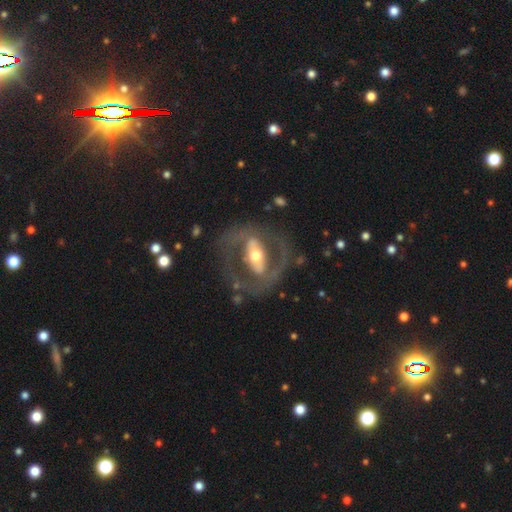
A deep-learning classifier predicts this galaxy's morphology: A featured or disk galaxy (77%) with a strong bar (56%), no spiral arms (63%) and a moderate central bulge (67%).

Vote fractions:
- Smooth or featured? featured or disk: 77% / smooth: 18% / star or artifact: 5%
- Edge-on disk? no: 90% / yes: 10%
- Bar? strong: 56% / no: 23% / weak: 21%
- Spiral arms? no: 63% / yes: 37%
- Bulge size? moderate: 67% / large: 16% / small: 14% / dominant: 2% / none: 1%
- Merging? none: 67% / major disturbance: 17% / minor disturbance: 14% / merger: 2%